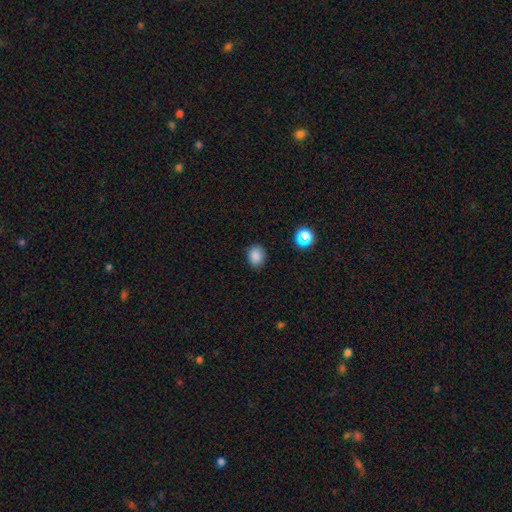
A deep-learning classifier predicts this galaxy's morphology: Smooth or featured? smooth (84%)
How rounded? in between (54%)
Merging? none (85%)